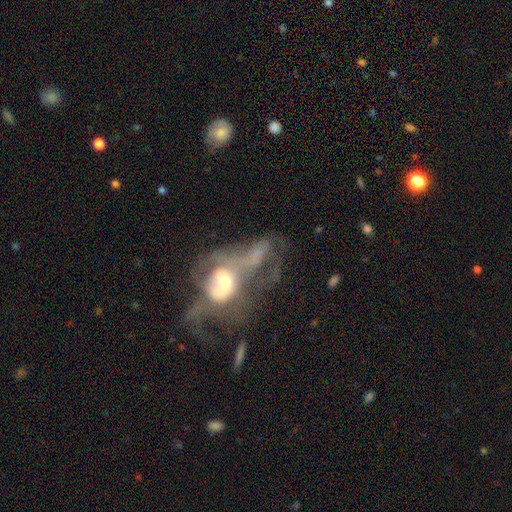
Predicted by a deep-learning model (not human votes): This appears to be a featured or disk galaxy (54%) with no bar (80%), no spiral arms (69%) and a moderate central bulge (61%). Merging: major disturbance (43%).